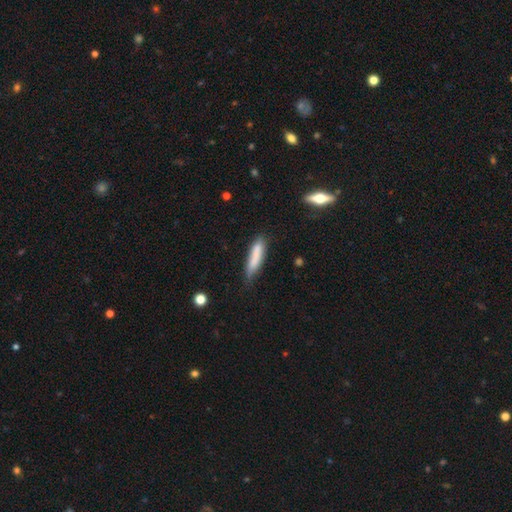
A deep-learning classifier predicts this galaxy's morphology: Overall: smooth (78%). How rounded: cigar-shaped (78%). Merging: none (62%; minor disturbance 28%).